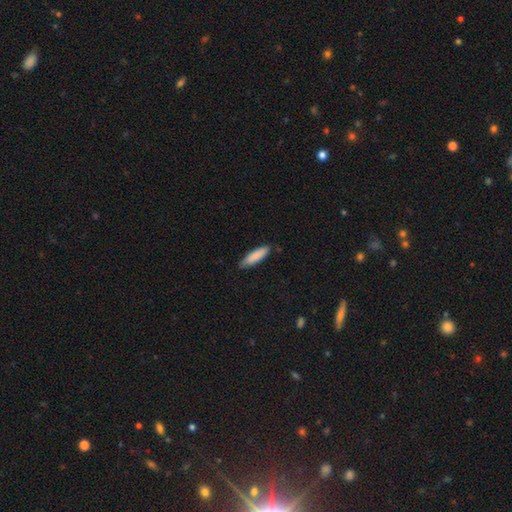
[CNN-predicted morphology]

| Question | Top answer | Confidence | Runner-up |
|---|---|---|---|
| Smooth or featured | smooth | 87% | featured or disk (8%) |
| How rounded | cigar-shaped | 62% | in between (36%) |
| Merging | none | 83% | minor disturbance (14%) |